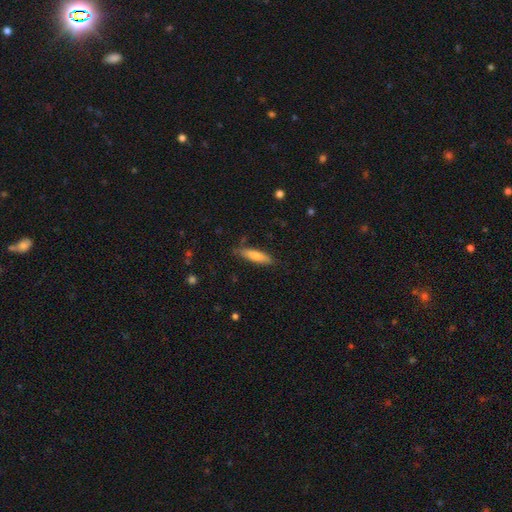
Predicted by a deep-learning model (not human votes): This is likely a smooth galaxy (75%). How rounded: likely cigar-shaped (73%). Merging: clearly none (81%).